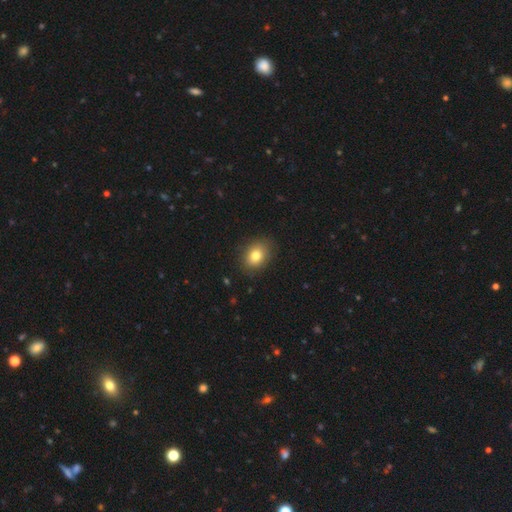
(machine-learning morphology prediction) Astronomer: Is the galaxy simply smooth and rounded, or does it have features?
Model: smooth — 80%.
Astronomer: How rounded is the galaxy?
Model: in between — 64%.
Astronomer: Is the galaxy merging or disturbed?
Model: none — 85%.